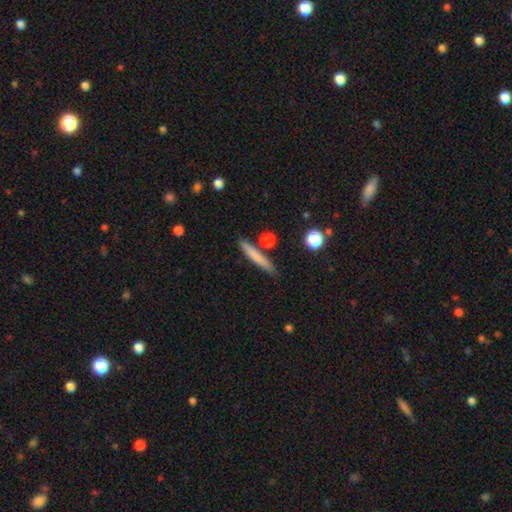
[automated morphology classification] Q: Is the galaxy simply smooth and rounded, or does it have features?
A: smooth — 75%.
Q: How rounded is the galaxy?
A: cigar-shaped — 92%.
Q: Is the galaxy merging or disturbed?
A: none — 82%.